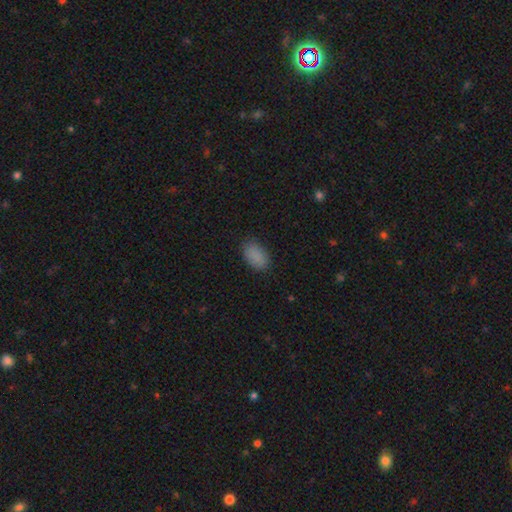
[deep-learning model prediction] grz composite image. It shows a smooth galaxy with no disk features (88%) that is in between round and cigar-shaped (92%). Merging: none (84%).